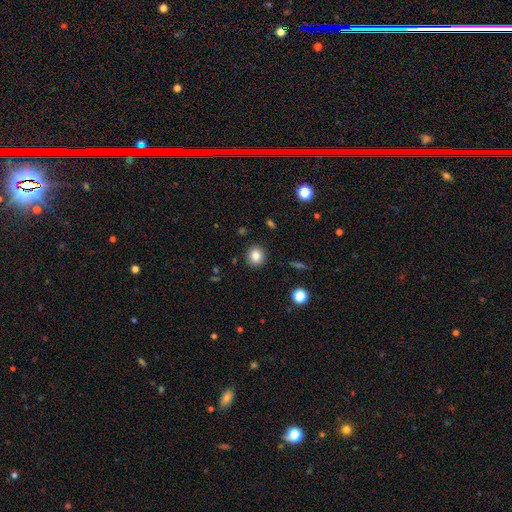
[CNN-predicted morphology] The model was most divided on "smooth or featured": smooth: 83%, star or artifact: 11%, featured or disk: 7%. More confident: merging — none (91%); how rounded — round (87%).